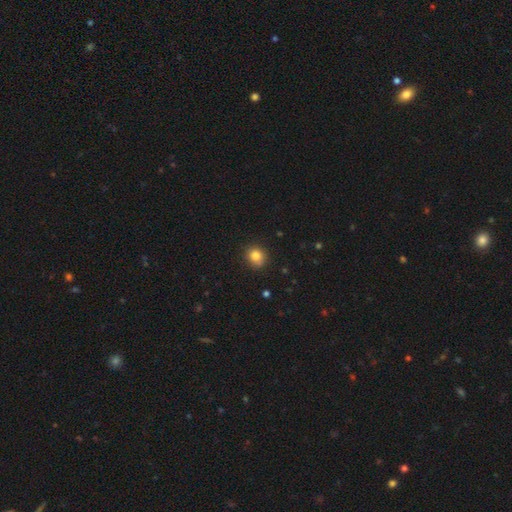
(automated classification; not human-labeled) smooth_or_featured: smooth (p=0.83) [alt: star or artifact p=0.11]
how_rounded: round (p=0.79) [alt: in between p=0.20]
merging: none (p=0.79) [alt: minor disturbance p=0.16]